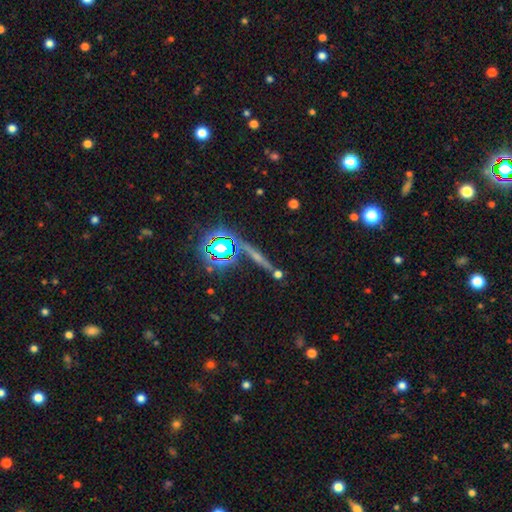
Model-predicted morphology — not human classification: This appears to be a featured or disk galaxy (42%). Merging: none (77%).